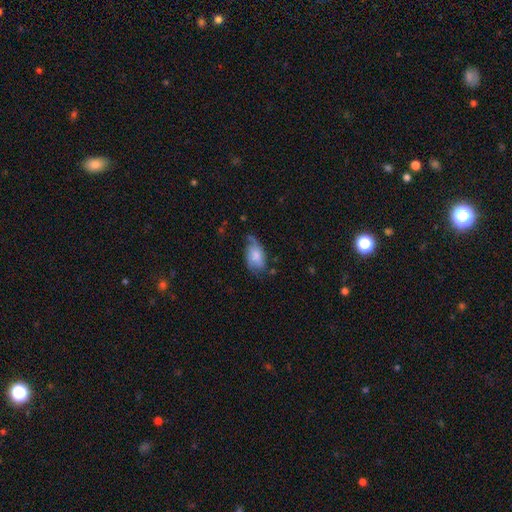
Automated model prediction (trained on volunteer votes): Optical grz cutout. It shows a smooth galaxy with no disk features (55%) that is in between round and cigar-shaped (91%). Merging: none (47%).